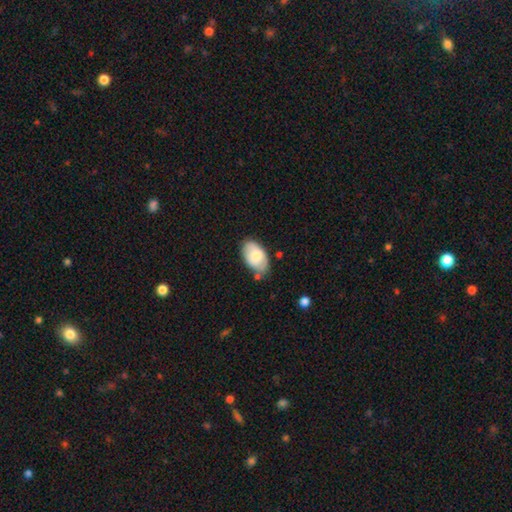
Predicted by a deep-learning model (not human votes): Smooth or featured?
  - smooth: 74% *
  - featured or disk: 20%
  - star or artifact: 6%
How rounded?
  - in between: 94% *
  - round: 5%
  - cigar-shaped: 1%
Merging?
  - none: 65% *
  - minor disturbance: 25%
  - merger: 5%
  - major disturbance: 5%